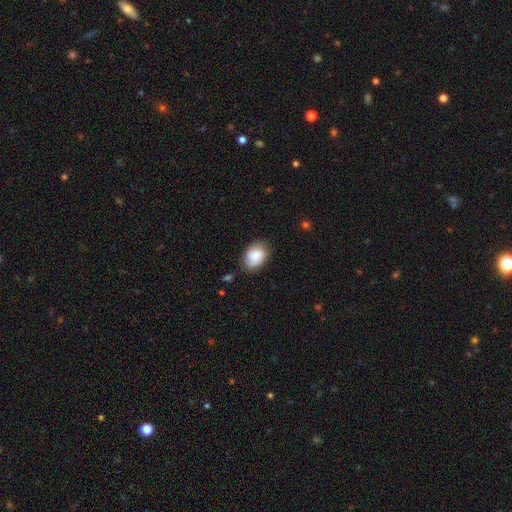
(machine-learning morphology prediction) Smooth or featured? smooth (73%)
How rounded? in between (76%)
Merging? none (76%)